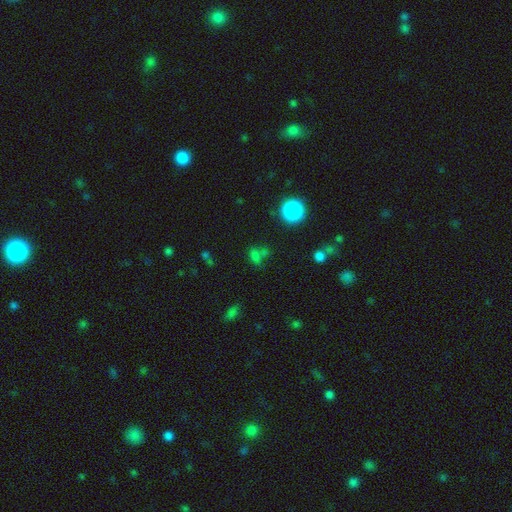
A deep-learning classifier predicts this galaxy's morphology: A smooth galaxy with no disk features (62%) that is in between round and cigar-shaped (56%). Merging: none (50%).